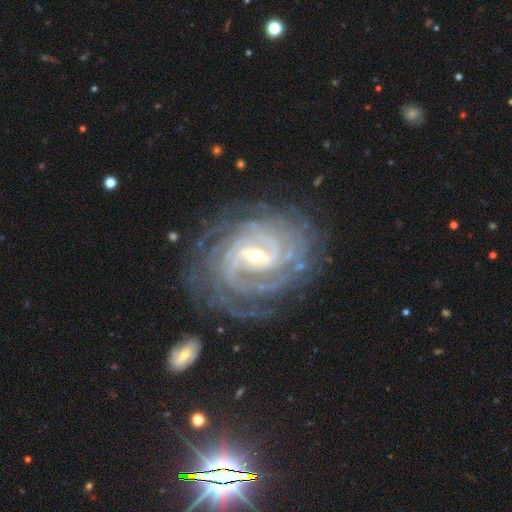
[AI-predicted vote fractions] Smooth or featured? Predicted: featured or disk (p=0.92). Edge-on disk? Predicted: no (p=0.97). Bar? Predicted: weak (p=0.44). Spiral arms? Predicted: yes (p=0.98). Spiral winding? Predicted: tight (p=0.78). Spiral arm count? Predicted: 4 (p=0.26). Bulge size? Predicted: small (p=0.54). Merging? Predicted: none (p=0.77).